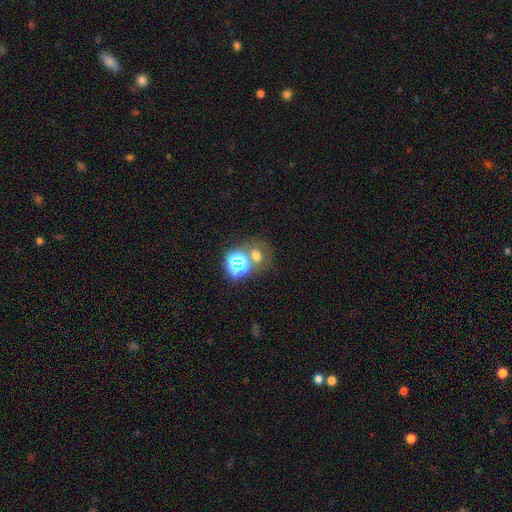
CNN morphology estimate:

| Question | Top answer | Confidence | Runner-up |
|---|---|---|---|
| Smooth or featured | smooth | 51% | star or artifact (36%) |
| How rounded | round | 67% | in between (32%) |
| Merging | none | 55% | merger (28%) |